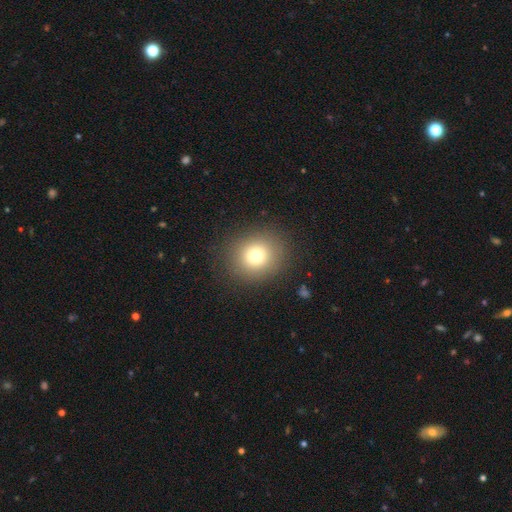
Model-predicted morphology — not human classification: Smooth or featured?
  - smooth: 77% *
  - star or artifact: 13%
  - featured or disk: 10%
How rounded?
  - round: 81% *
  - in between: 18%
  - cigar-shaped: 1%
Merging?
  - none: 88% *
  - minor disturbance: 7%
  - major disturbance: 4%
  - merger: 1%